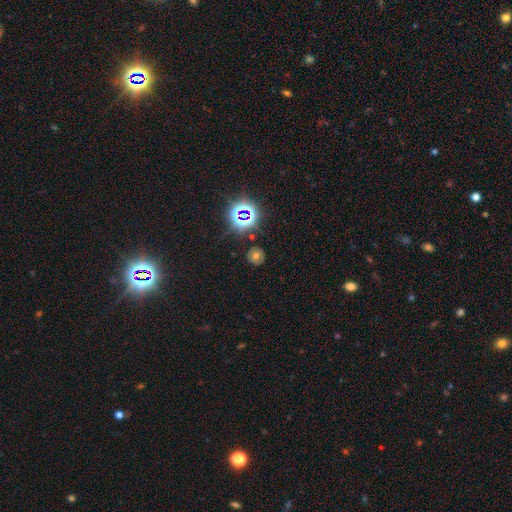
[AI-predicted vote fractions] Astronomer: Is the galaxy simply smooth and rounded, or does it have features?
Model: smooth — 48% (runner-up: star or artifact, 35%).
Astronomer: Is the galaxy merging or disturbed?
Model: none — 83%.